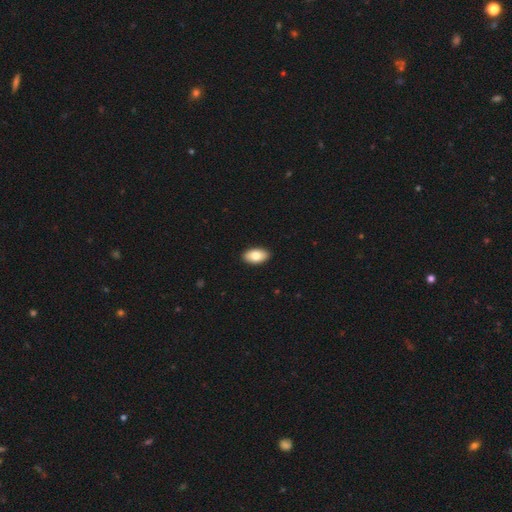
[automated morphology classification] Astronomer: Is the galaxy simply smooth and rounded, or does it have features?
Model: smooth — 81%.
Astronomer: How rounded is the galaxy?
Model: in between — 94%.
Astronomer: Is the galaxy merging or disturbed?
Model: none — 91%.